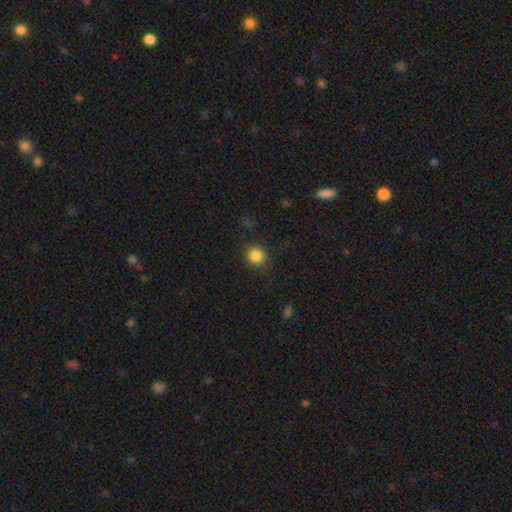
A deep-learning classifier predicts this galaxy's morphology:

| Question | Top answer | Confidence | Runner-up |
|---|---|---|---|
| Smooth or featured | smooth | 85% | star or artifact (11%) |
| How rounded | round | 93% | in between (6%) |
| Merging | none | 88% | minor disturbance (8%) |